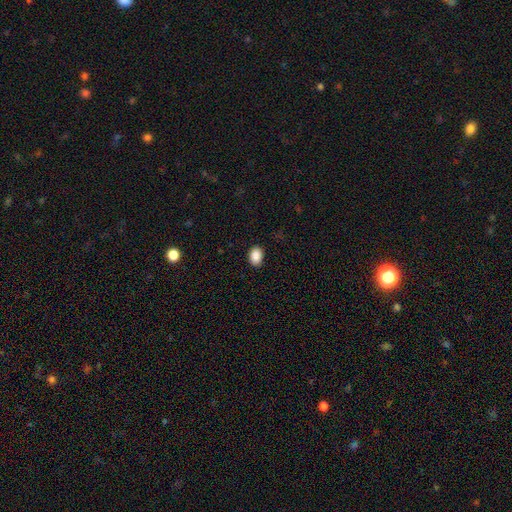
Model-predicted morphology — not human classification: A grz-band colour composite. It shows a smooth galaxy with no disk features (88%) that is in between round and cigar-shaped (75%). Merging: none (89%).